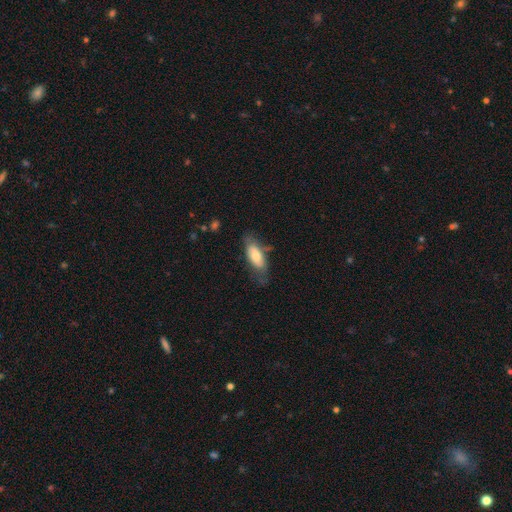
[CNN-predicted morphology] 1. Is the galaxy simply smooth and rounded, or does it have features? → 69% smooth, 25% featured or disk, 6% star or artifact.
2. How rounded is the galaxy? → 75% in between, 23% cigar-shaped, 2% round.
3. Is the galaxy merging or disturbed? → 57% none, 27% minor disturbance, 12% major disturbance, 3% merger.